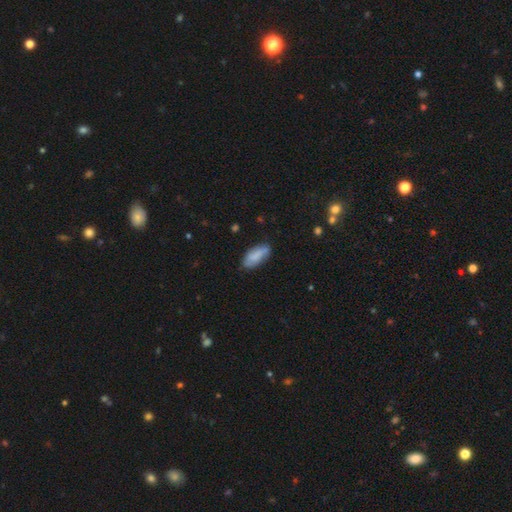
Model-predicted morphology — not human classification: Smooth or featured?
  - smooth: 76% *
  - featured or disk: 17%
  - star or artifact: 7%
How rounded?
  - in between: 82% *
  - cigar-shaped: 16%
  - round: 2%
Merging?
  - none: 68% *
  - minor disturbance: 23%
  - major disturbance: 5%
  - merger: 4%